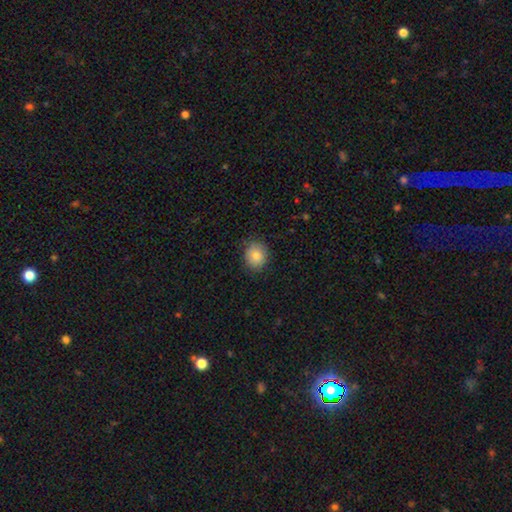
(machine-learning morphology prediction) A smooth galaxy with no disk features (82%) that is round (72%).

Vote fractions:
- Smooth or featured? smooth: 82% / featured or disk: 9% / star or artifact: 9%
- How rounded? round: 72% / in between: 27% / cigar-shaped: 1%
- Merging? none: 85% / minor disturbance: 11% / major disturbance: 3% / merger: 1%